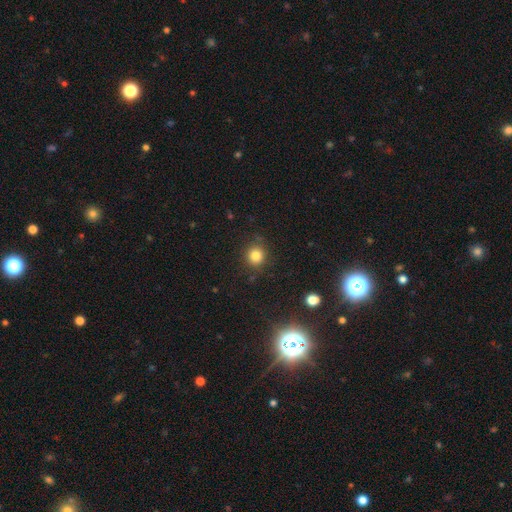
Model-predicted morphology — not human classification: Smooth or featured: smooth — 81% (star or artifact — 13%)
How rounded: round — 88% (in between — 11%)
Merging: none — 86% (minor disturbance — 9%)